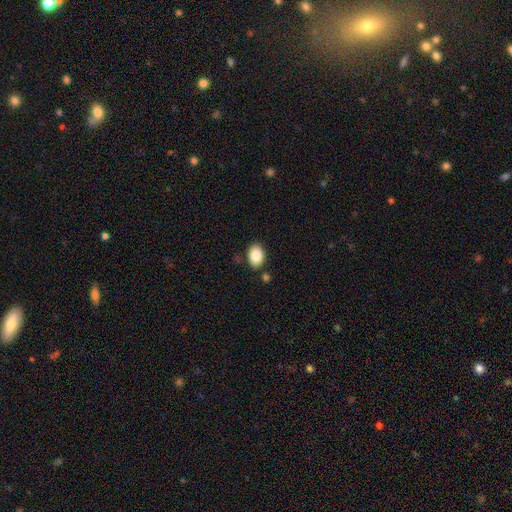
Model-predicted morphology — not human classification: smooth-or-featured: smooth: 86% | star or artifact: 7% | featured or disk: 7%
  how-rounded: in between: 80% | round: 19% | cigar-shaped: 1%
  merging: none: 83% | minor disturbance: 10% | merger: 4% | major disturbance: 2%